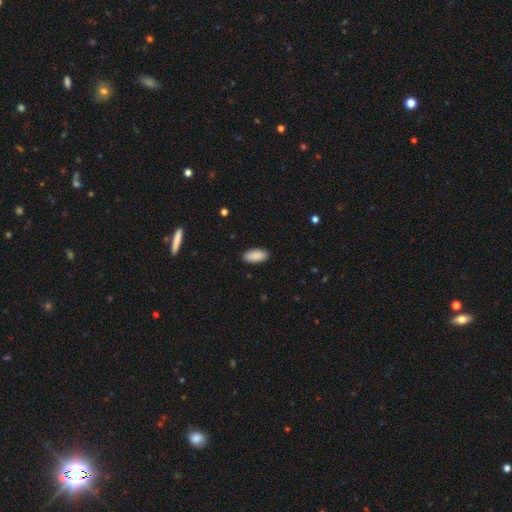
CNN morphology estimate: A smooth galaxy with no disk features (90%) that is in between round and cigar-shaped (92%). Merging: none (89%).